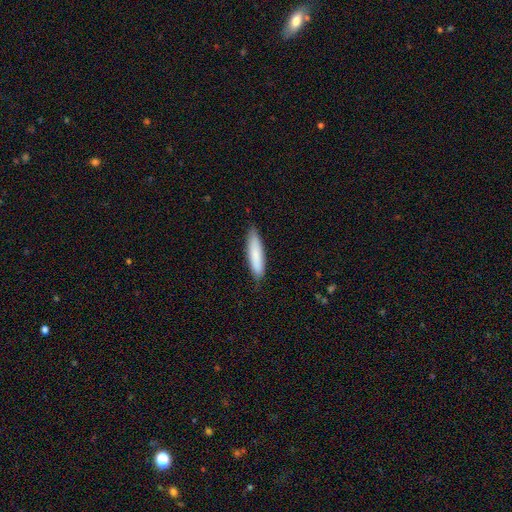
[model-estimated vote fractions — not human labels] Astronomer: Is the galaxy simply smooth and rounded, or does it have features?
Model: smooth — 83%.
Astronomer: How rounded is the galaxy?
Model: cigar-shaped — 76%.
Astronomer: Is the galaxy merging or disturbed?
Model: none — 82%.